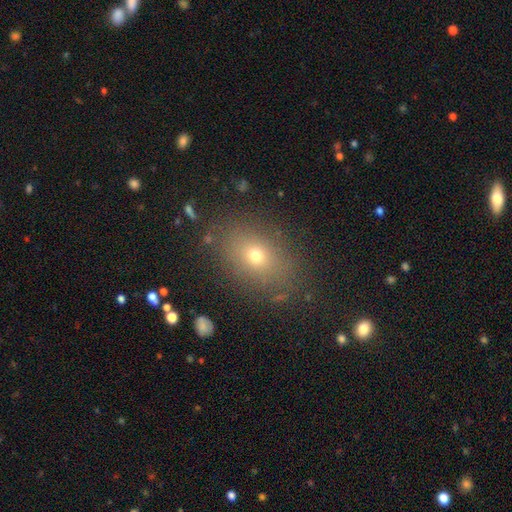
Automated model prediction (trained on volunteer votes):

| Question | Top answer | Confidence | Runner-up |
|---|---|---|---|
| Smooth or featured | smooth | 68% | star or artifact (17%) |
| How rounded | in between | 67% | round (31%) |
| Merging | none | 82% | minor disturbance (11%) |